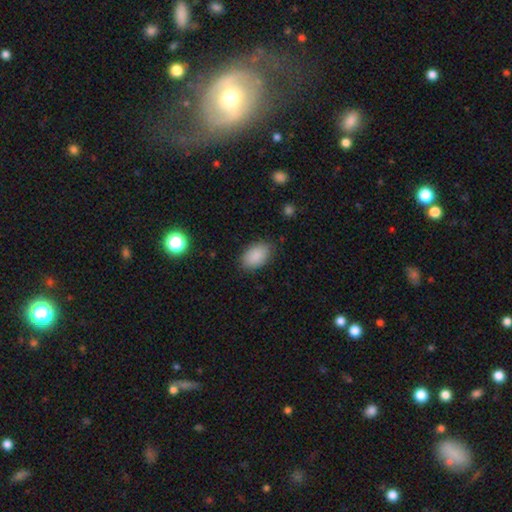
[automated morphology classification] Overall: smooth (88%). How rounded: in between (92%). Merging: none (83%).